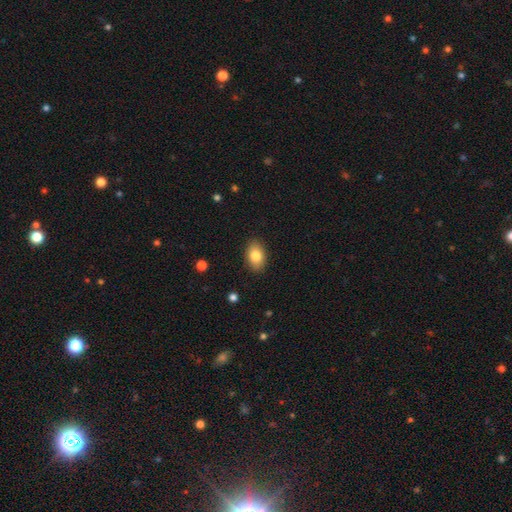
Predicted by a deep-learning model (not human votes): Smooth or featured? smooth (82%)
How rounded? in between (87%)
Merging? none (88%)